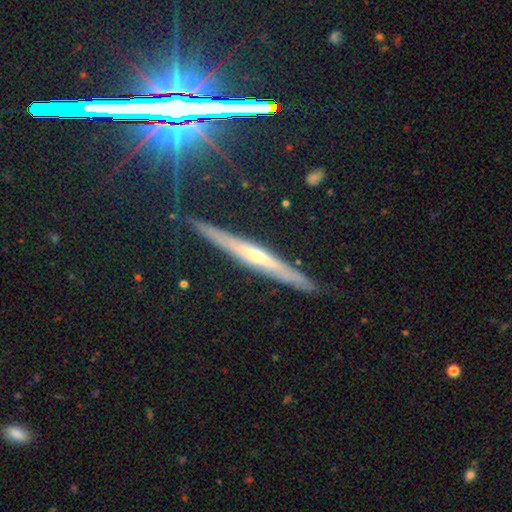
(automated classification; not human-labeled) This is likely a featured or disk galaxy (67%). It is clearly viewed edge-on (95%). Edge-on bulge: likely rounded (60%). Merging: clearly none (87%).